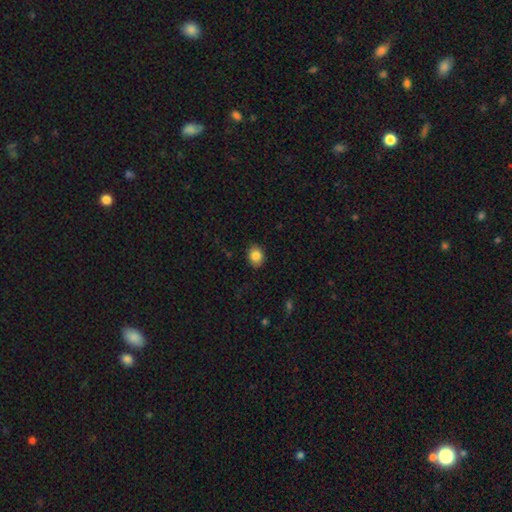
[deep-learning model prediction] This appears to be a smooth galaxy with no disk features (85%) that is round (50%). Merging: none (88%).